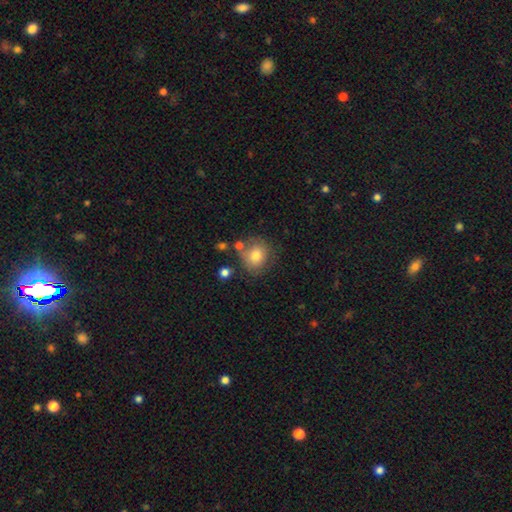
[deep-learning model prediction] Smooth or featured? Predicted: smooth (p=0.76). How rounded? Predicted: round (p=0.80). Merging? Predicted: none (p=0.66).